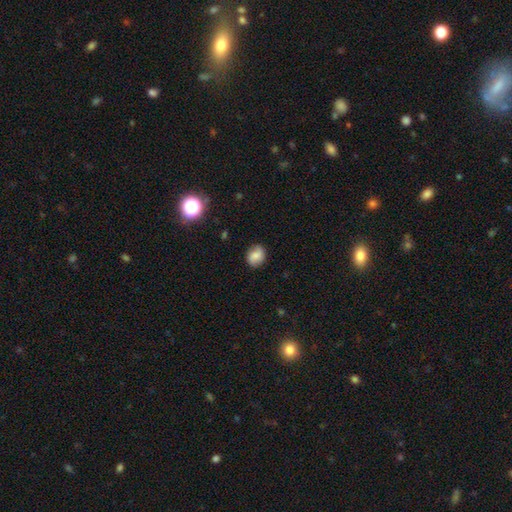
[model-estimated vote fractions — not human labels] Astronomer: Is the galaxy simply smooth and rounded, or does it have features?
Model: smooth — 69%.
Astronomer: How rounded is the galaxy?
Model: round — 55% (runner-up: in between, 44%).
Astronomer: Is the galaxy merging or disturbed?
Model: none — 80%.